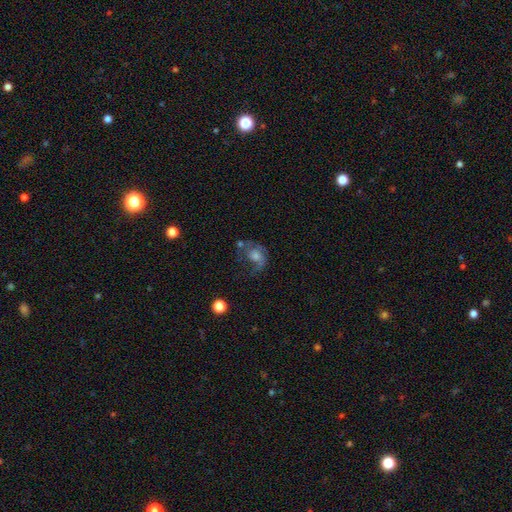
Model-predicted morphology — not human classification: smooth-or-featured: featured or disk: 58% | smooth: 29% | star or artifact: 14%
  disk-edge-on: no: 97% | yes: 3%
    bar: no: 75% | weak: 21% | strong: 3%
    has-spiral-arms: yes: 75% | no: 25%
    bulge-size: moderate: 53% | small: 22% | large: 15% | none: 7% | dominant: 2%
  merging: none: 38% | major disturbance: 33% | minor disturbance: 21% | merger: 8%